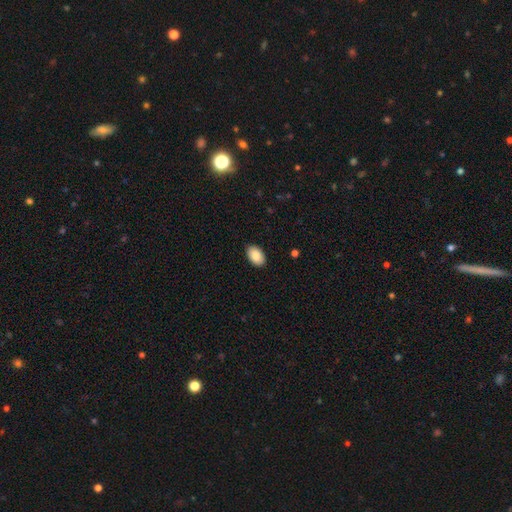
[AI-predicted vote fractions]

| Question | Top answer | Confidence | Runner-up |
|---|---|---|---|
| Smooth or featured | smooth | 88% | star or artifact (7%) |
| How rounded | in between | 92% | round (7%) |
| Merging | none | 89% | minor disturbance (8%) |